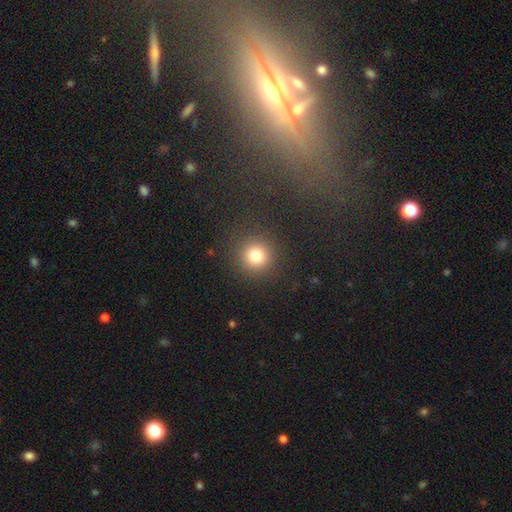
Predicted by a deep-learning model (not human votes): This appears to be a smooth galaxy with no disk features (80%) that is round (93%). Merging: none (89%).